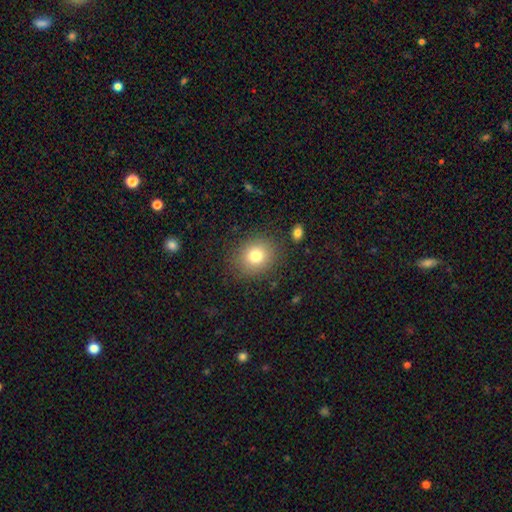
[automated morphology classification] Overall: smooth (79%). How rounded: round (73%). Merging: none (84%).